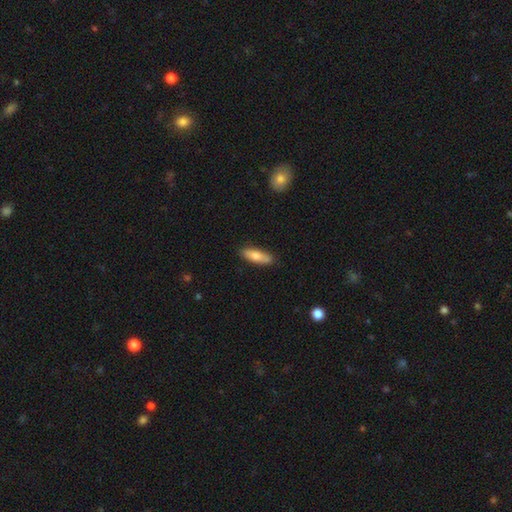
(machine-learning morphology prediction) Smooth or featured? Predicted: smooth (p=0.74). How rounded? Predicted: in between (p=0.51). Merging? Predicted: none (p=0.85).